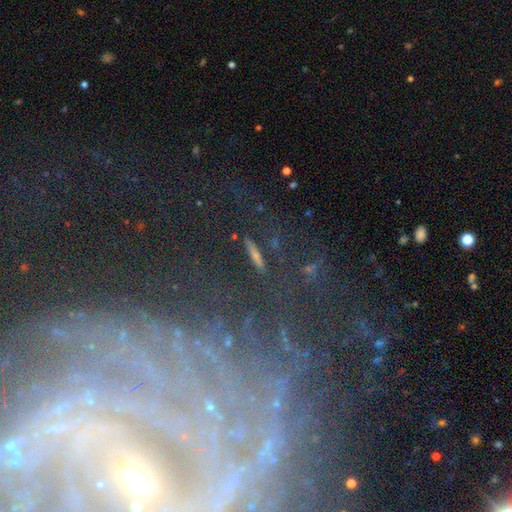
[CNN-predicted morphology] Smooth or featured? smooth (50%)
Merging? none (84%)